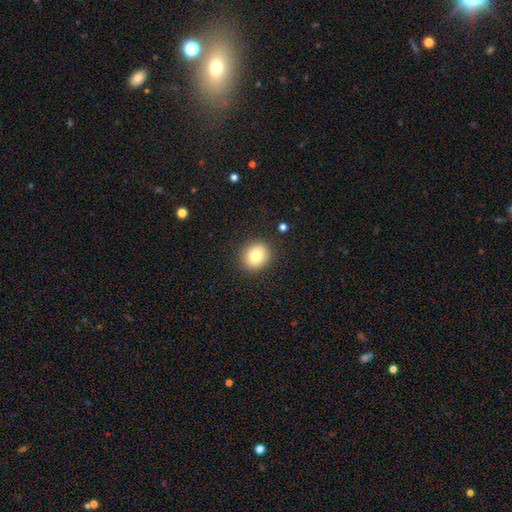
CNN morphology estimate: Overall: smooth (80%). How rounded: round (77%). Merging: none (88%).